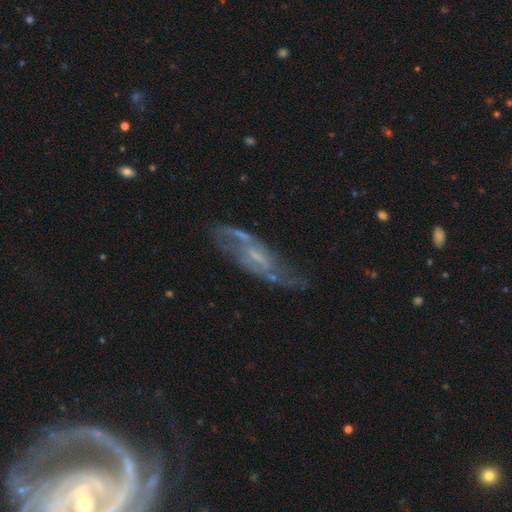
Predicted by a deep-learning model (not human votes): Overall: featured or disk (76%). Edge-on disk: no (81%). Bar: weak (45%; no 38%). Spiral arms: yes (78%). Bulge size: small (52%; none 27%). Merging: none (61%).